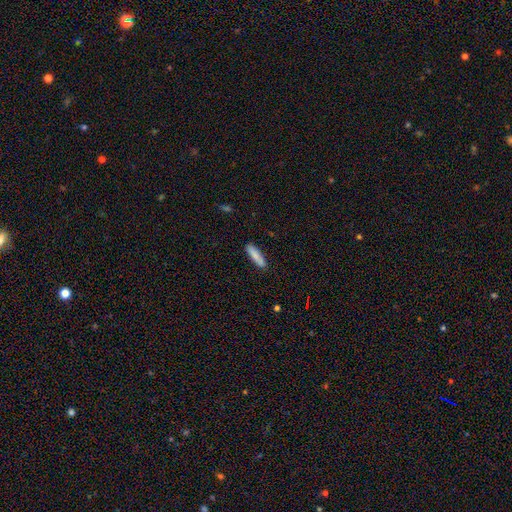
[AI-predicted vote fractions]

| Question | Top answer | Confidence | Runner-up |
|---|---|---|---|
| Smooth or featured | smooth | 85% | featured or disk (9%) |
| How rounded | cigar-shaped | 70% | in between (28%) |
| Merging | none | 87% | minor disturbance (10%) |